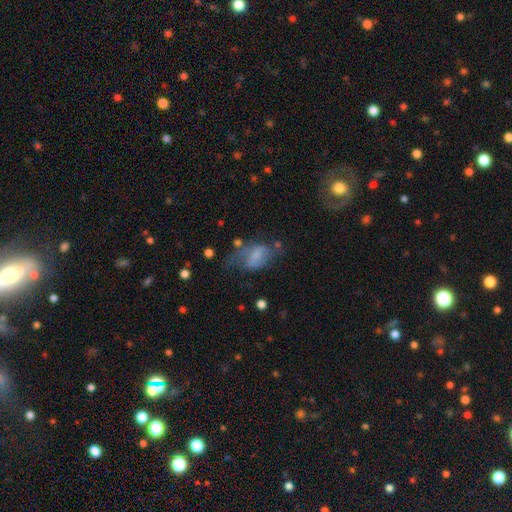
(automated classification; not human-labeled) Smooth or featured?
  - smooth: 55% *
  - featured or disk: 34%
  - star or artifact: 11%
How rounded?
  - in between: 87% *
  - round: 11%
  - cigar-shaped: 3%
Merging?
  - major disturbance: 38% *
  - none: 29%
  - minor disturbance: 27%
  - merger: 6%